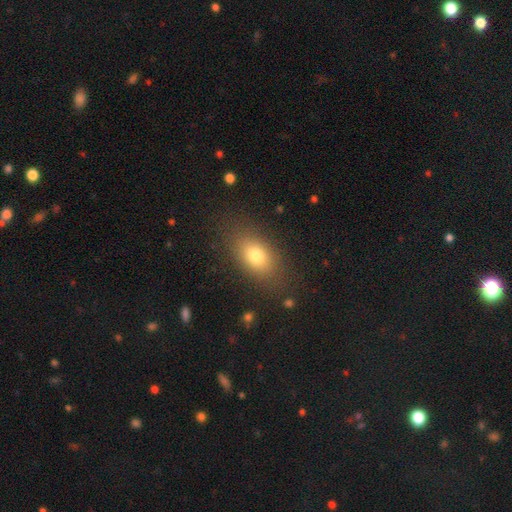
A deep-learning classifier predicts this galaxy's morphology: smooth_or_featured: smooth (p=0.75) [alt: featured or disk p=0.14]
how_rounded: in between (p=0.82) [alt: round p=0.15]
merging: none (p=0.83) [alt: minor disturbance p=0.11]